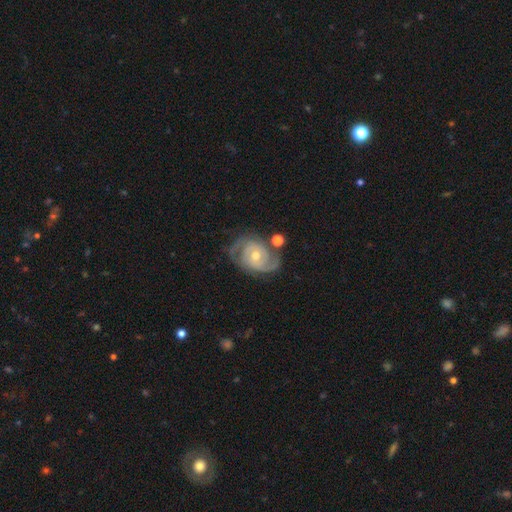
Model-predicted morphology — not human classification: Smooth or featured: featured or disk — 89% (smooth — 6%)
Edge-on disk: no — 97% (yes — 3%)
Bar: no — 71% (weak — 23%)
Spiral arms: yes — 97% (no — 3%)
Spiral winding: tight — 55% (medium — 36%)
Spiral arm count: 2 — 74% (3 — 10%)
Bulge size: moderate — 57% (small — 40%)
Merging: none — 68% (minor disturbance — 19%)